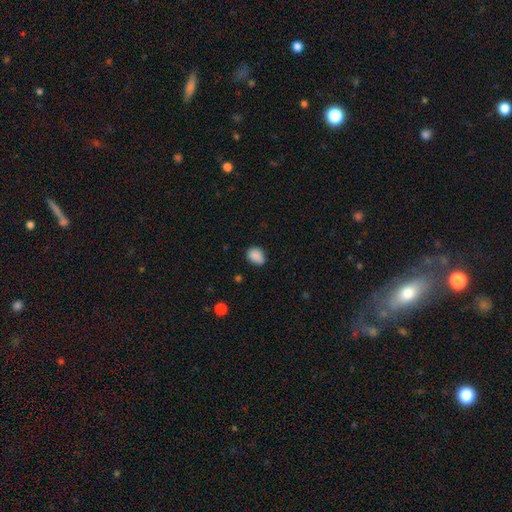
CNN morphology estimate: This is clearly a smooth galaxy (88%). How rounded: possibly in between (58%). Merging: likely none (75%).